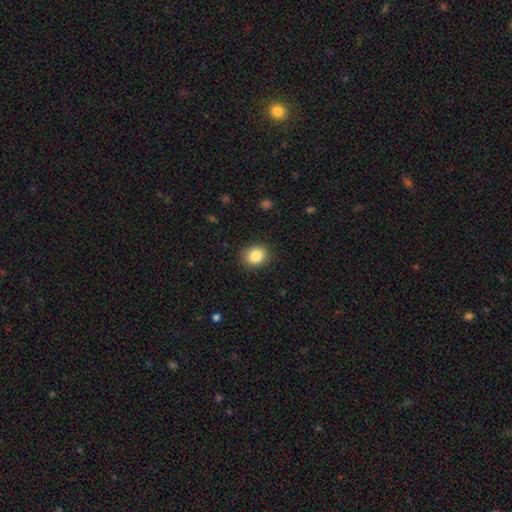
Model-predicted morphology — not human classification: type=smooth (86%); roundness=round (56%); merging=none (88%).